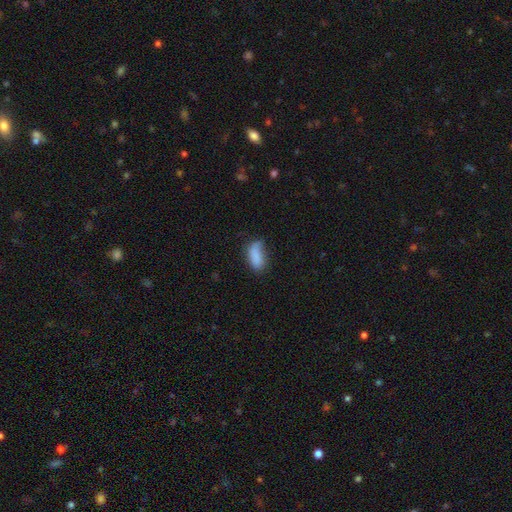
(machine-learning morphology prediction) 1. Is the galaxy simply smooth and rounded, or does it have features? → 82% smooth, 10% featured or disk, 8% star or artifact.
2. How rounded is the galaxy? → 87% in between, 10% cigar-shaped, 3% round.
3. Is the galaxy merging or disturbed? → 44% none, 34% minor disturbance, 17% major disturbance, 4% merger.